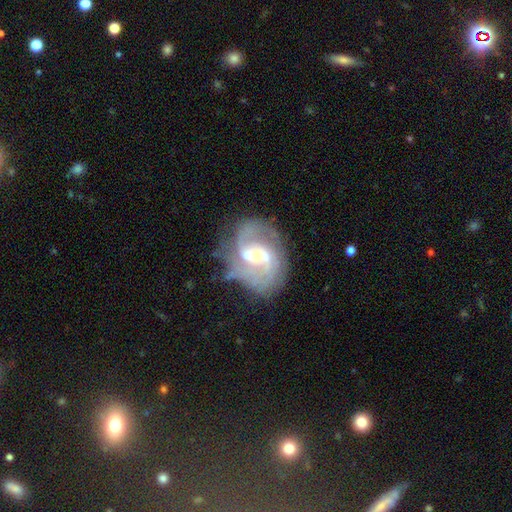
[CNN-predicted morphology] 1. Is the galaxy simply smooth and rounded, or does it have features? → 83% featured or disk, 10% smooth, 7% star or artifact.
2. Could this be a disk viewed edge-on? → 98% no, 2% yes.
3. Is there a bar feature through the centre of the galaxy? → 54% weak, 27% no, 19% strong.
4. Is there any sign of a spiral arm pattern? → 92% yes, 8% no.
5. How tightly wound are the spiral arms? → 47% medium, 33% loose, 20% tight.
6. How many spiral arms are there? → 73% 2, 12% can't tell, 6% 3, 4% 1, 2% 4, 2% more than 4.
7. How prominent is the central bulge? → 49% small, 34% moderate, 10% none, 6% large, 1% dominant.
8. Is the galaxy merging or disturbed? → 55% none, 21% minor disturbance, 18% major disturbance, 6% merger.